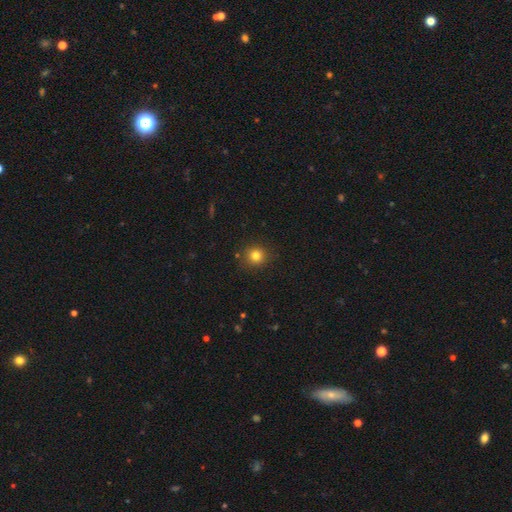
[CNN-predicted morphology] smooth_or_featured: smooth (p=0.80) [alt: star or artifact p=0.14]
how_rounded: round (p=0.91) [alt: in between p=0.08]
merging: none (p=0.88) [alt: minor disturbance p=0.07]